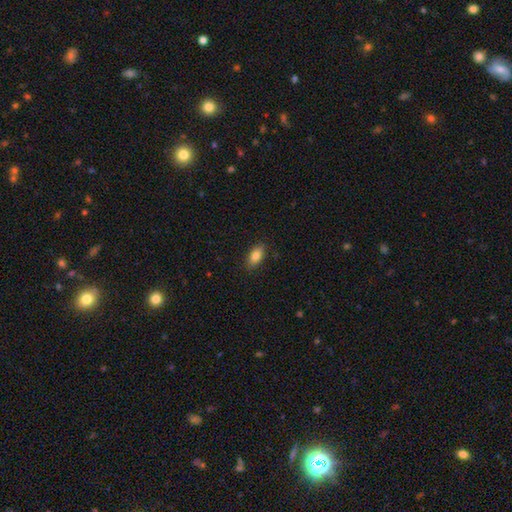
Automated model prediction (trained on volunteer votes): This is clearly a smooth galaxy (83%). How rounded: clearly in between (89%). Merging: clearly none (87%).